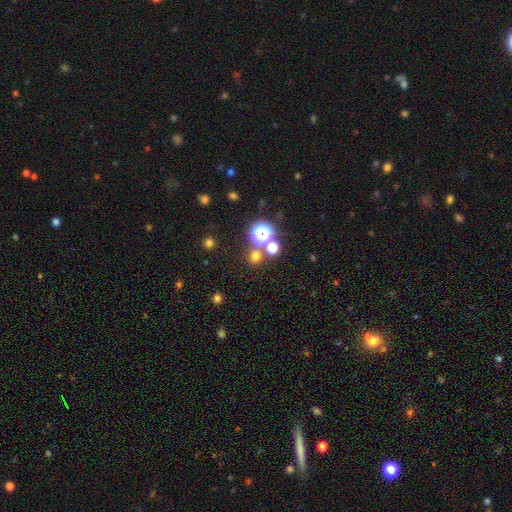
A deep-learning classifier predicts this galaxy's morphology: Smooth or featured? Predicted: smooth (p=0.64). How rounded? Predicted: round (p=0.92). Merging? Predicted: none (p=0.75).